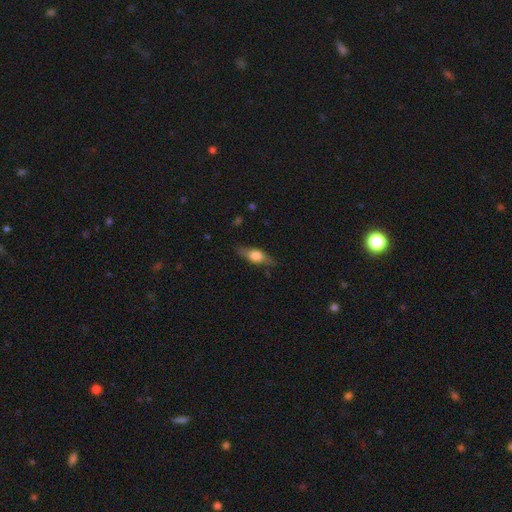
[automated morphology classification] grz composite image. It shows a smooth galaxy with no disk features (59%) that is in between round and cigar-shaped (64%). Merging: none (79%).